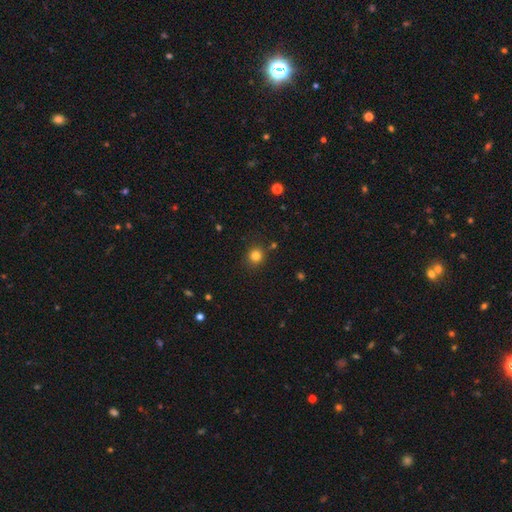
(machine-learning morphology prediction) Smooth or featured? Predicted: smooth (p=0.82). How rounded? Predicted: round (p=0.90). Merging? Predicted: none (p=0.86).